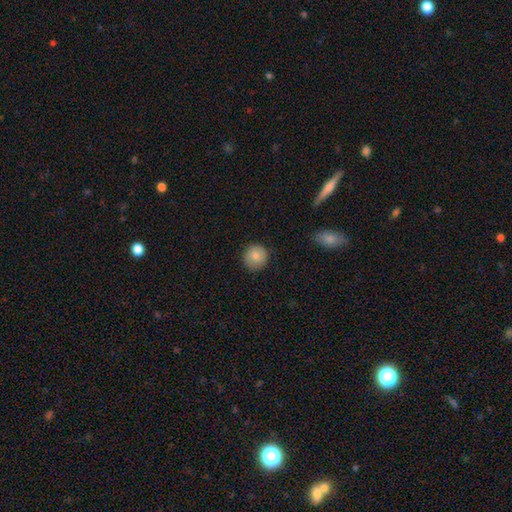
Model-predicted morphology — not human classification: Q: Smooth or featured?
A: smooth (84%); runner-up: star or artifact (8%)
Q: How rounded?
A: round (91%); runner-up: in between (8%)
Q: Merging?
A: none (86%); runner-up: minor disturbance (10%)